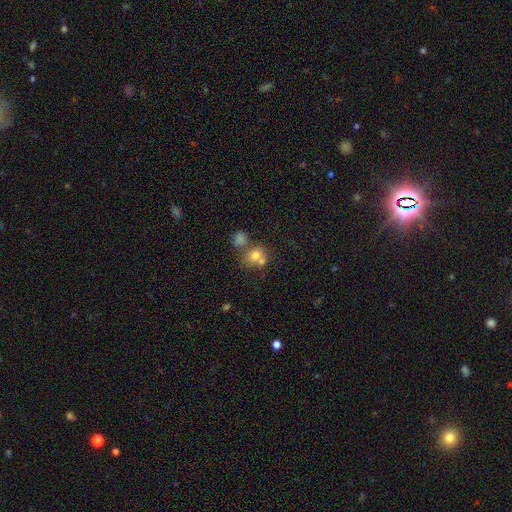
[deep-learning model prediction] Smooth or featured? Predicted: smooth (p=0.69). How rounded? Predicted: round (p=0.70). Merging? Predicted: merger (p=0.46).